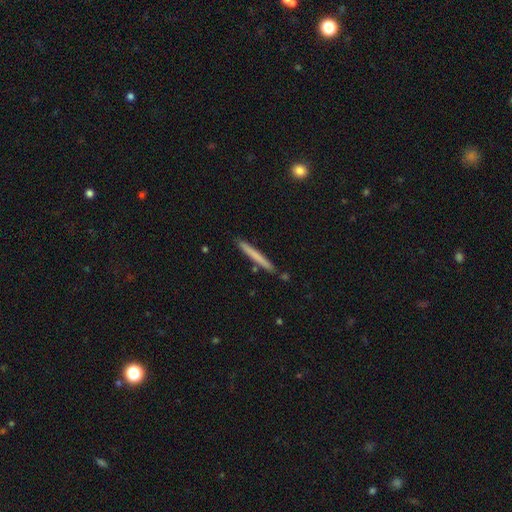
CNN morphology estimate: Overall: smooth (67%; featured or disk 28%). How rounded: cigar-shaped (97%). Merging: none (88%).